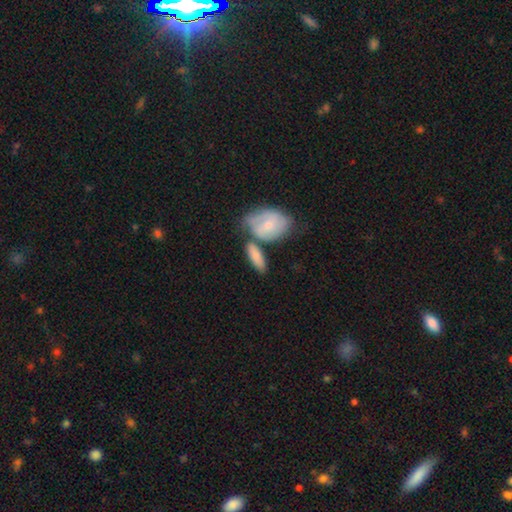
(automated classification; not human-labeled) Smooth or featured? Predicted: smooth (p=0.74). How rounded? Predicted: in between (p=0.74). Merging? Predicted: none (p=0.48).